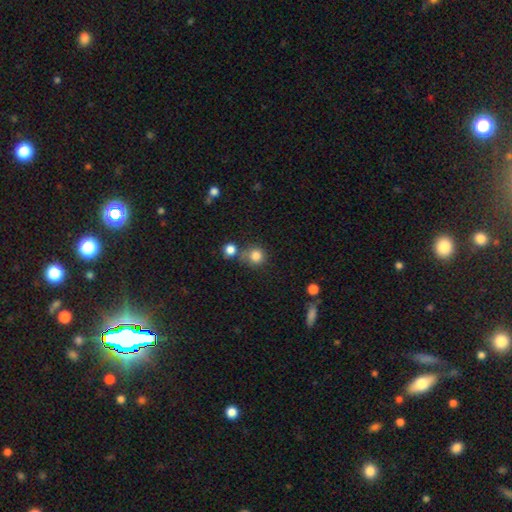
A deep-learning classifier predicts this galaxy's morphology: smooth-or-featured: smooth: 82% | star or artifact: 12% | featured or disk: 6%
  how-rounded: round: 90% | in between: 9% | cigar-shaped: 1%
  merging: none: 65% | merger: 17% | minor disturbance: 13% | major disturbance: 5%